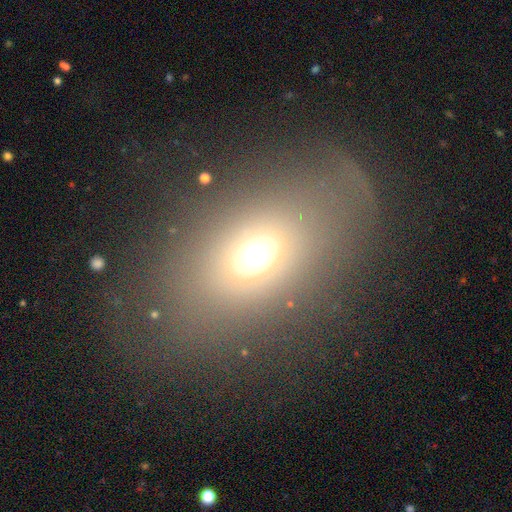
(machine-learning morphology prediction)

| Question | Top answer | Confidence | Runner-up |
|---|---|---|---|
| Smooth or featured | smooth | 55% | featured or disk (29%) |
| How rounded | in between | 74% | round (24%) |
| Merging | none | 63% | major disturbance (18%) |